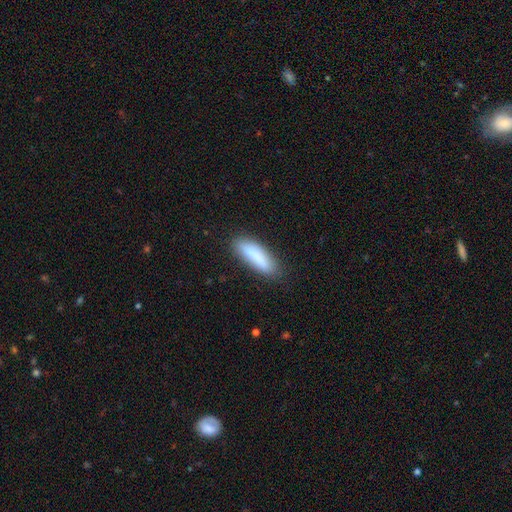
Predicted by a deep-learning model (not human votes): This appears to be a smooth galaxy with no disk features (78%) that is cigar-shaped (58%). Merging: none (77%).